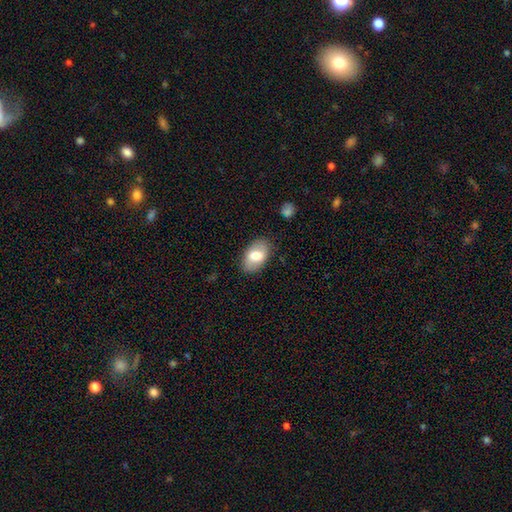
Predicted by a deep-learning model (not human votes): Smooth or featured?
  - smooth: 72% *
  - featured or disk: 22%
  - star or artifact: 6%
How rounded?
  - in between: 93% *
  - round: 6%
  - cigar-shaped: 2%
Merging?
  - none: 84% *
  - minor disturbance: 11%
  - major disturbance: 3%
  - merger: 1%